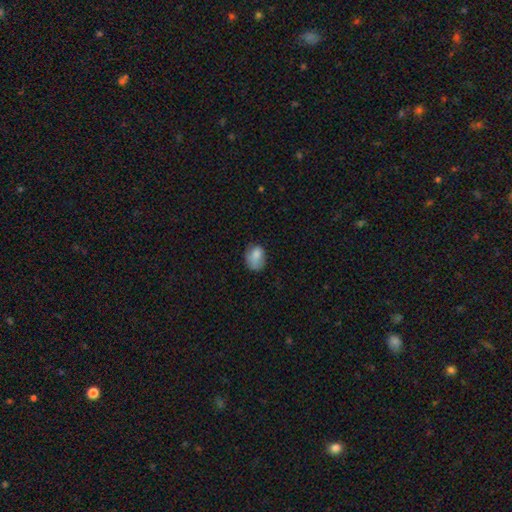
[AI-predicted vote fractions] Q: Smooth or featured?
A: smooth (79%); runner-up: featured or disk (12%)
Q: How rounded?
A: in between (64%); runner-up: round (35%)
Q: Merging?
A: none (50%); runner-up: minor disturbance (33%)